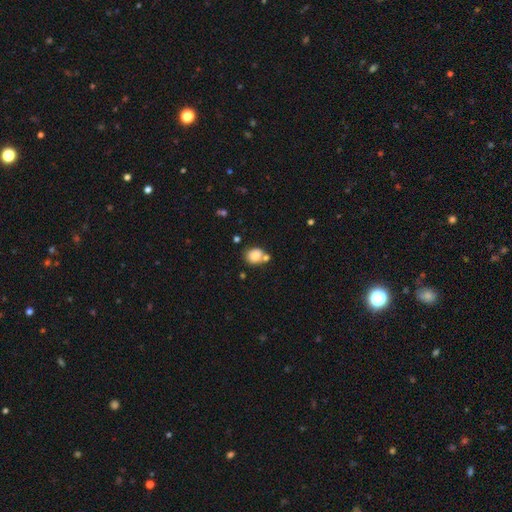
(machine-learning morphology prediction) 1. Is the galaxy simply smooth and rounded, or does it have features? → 83% smooth, 9% star or artifact, 8% featured or disk.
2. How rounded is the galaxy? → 65% round, 34% in between, 1% cigar-shaped.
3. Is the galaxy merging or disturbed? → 55% none, 26% merger, 15% minor disturbance, 5% major disturbance.